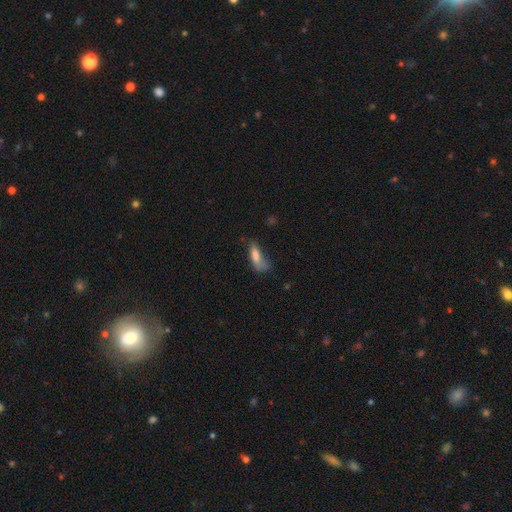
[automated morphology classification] Q: Smooth or featured?
A: smooth (74%); runner-up: featured or disk (17%)
Q: How rounded?
A: in between (55%); runner-up: cigar-shaped (42%)
Q: Merging?
A: none (35%); runner-up: minor disturbance (32%)